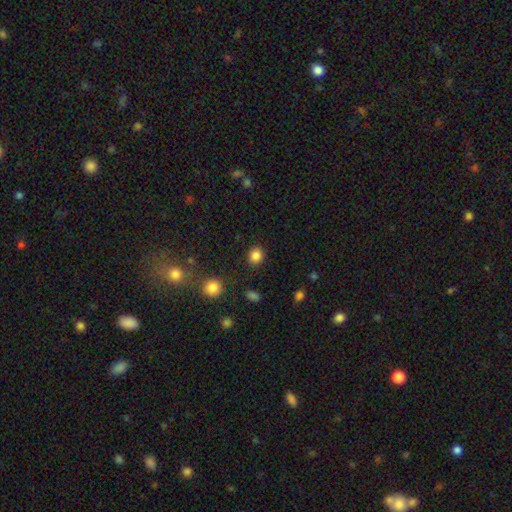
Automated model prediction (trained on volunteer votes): Smooth or featured?
  - smooth: 85% *
  - star or artifact: 11%
  - featured or disk: 4%
How rounded?
  - round: 77% *
  - in between: 22%
  - cigar-shaped: 1%
Merging?
  - none: 88% *
  - minor disturbance: 8%
  - major disturbance: 3%
  - merger: 2%